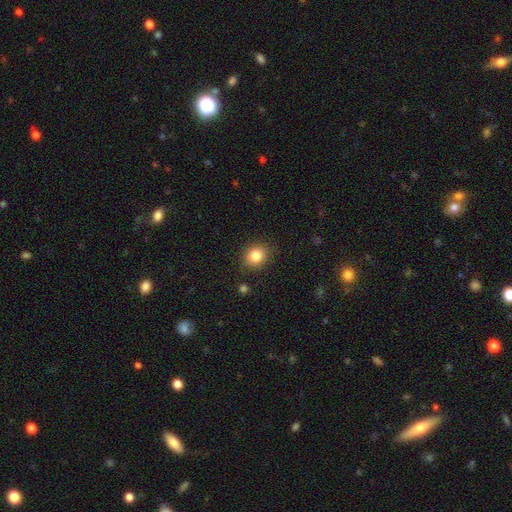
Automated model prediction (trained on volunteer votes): Morphology: type=smooth (84%); roundness=round (68%); merging=none (85%).